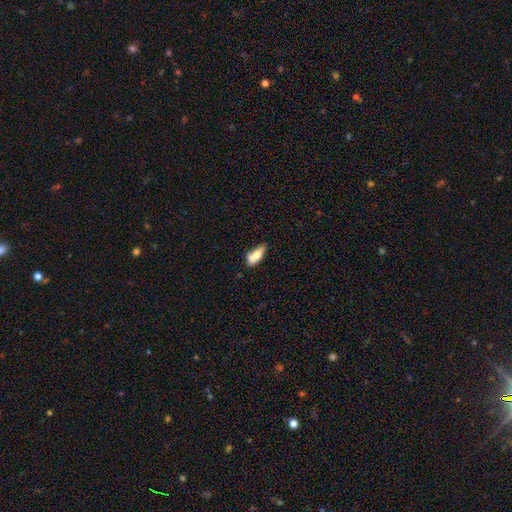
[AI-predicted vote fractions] The model was most divided on "merging": none: 33%, merger: 31%, minor disturbance: 24%, major disturbance: 11%. More confident: how rounded — in between (73%); smooth or featured — smooth (65%).